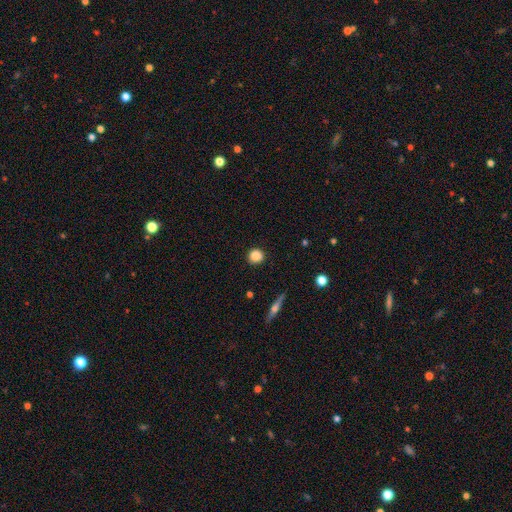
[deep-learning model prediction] Smooth or featured? Predicted: smooth (p=0.85). How rounded? Predicted: round (p=0.91). Merging? Predicted: none (p=0.91).